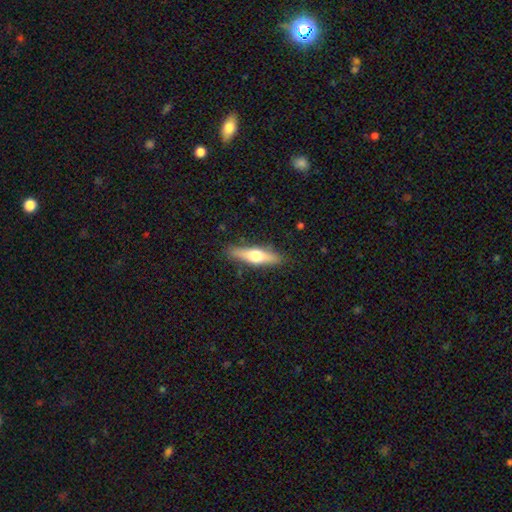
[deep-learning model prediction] Overall: featured or disk (49%; smooth 45%). Merging: none (87%).